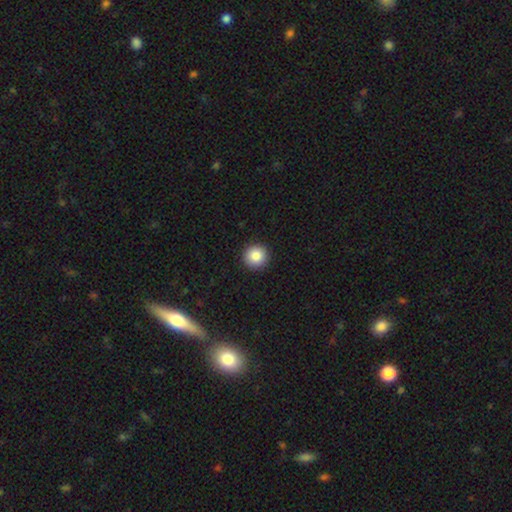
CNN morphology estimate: smooth-or-featured: smooth: 87% | star or artifact: 9% | featured or disk: 5%
  how-rounded: round: 95% | in between: 4% | cigar-shaped: 1%
  merging: none: 93% | minor disturbance: 5% | major disturbance: 2% | merger: 1%